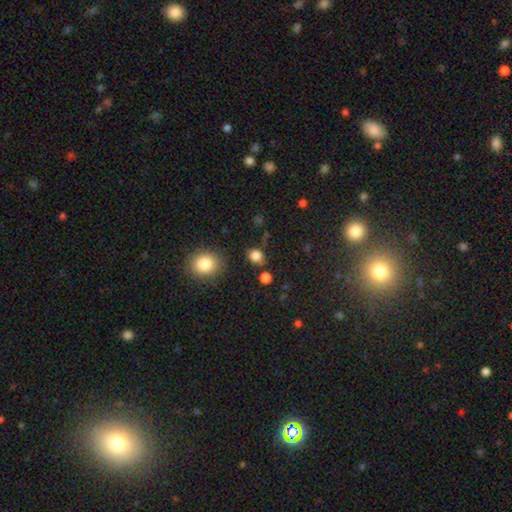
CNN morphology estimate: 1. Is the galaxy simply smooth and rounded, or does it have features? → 83% smooth, 13% star or artifact, 4% featured or disk.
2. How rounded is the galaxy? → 63% round, 36% in between, 1% cigar-shaped.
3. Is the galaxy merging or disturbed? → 78% none, 13% minor disturbance, 6% merger, 4% major disturbance.